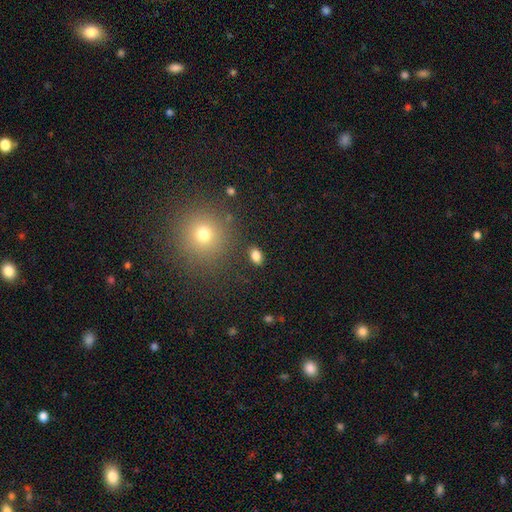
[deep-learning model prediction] Smooth or featured? Predicted: smooth (p=0.81). How rounded? Predicted: in between (p=0.82). Merging? Predicted: none (p=0.85).